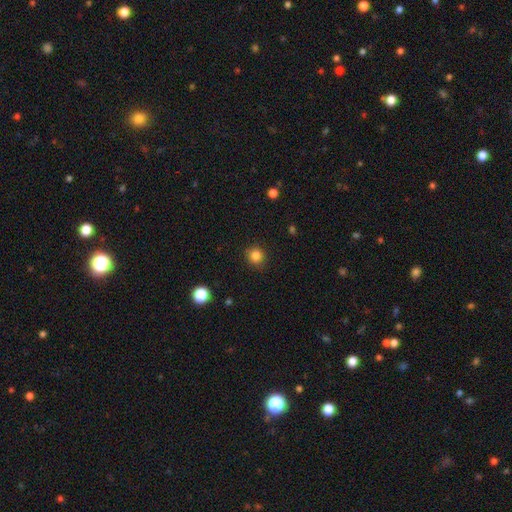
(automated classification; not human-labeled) Q: Smooth or featured?
A: smooth (84%); runner-up: star or artifact (12%)
Q: How rounded?
A: round (90%); runner-up: in between (9%)
Q: Merging?
A: none (89%); runner-up: minor disturbance (8%)